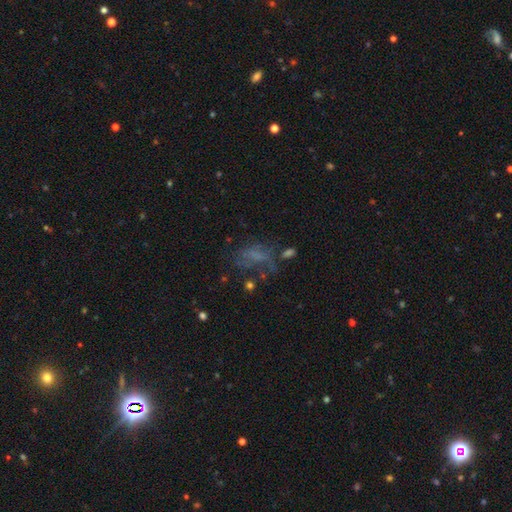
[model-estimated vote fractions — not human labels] Smooth or featured? Predicted: smooth (p=0.37). Merging? Predicted: major disturbance (p=0.36, tied with none).